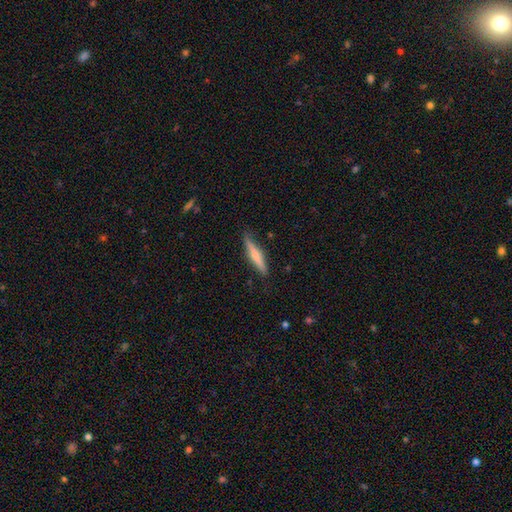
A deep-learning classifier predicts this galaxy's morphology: Smooth or featured? Predicted: smooth (p=0.53). How rounded? Predicted: cigar-shaped (p=0.89). Merging? Predicted: none (p=0.84).